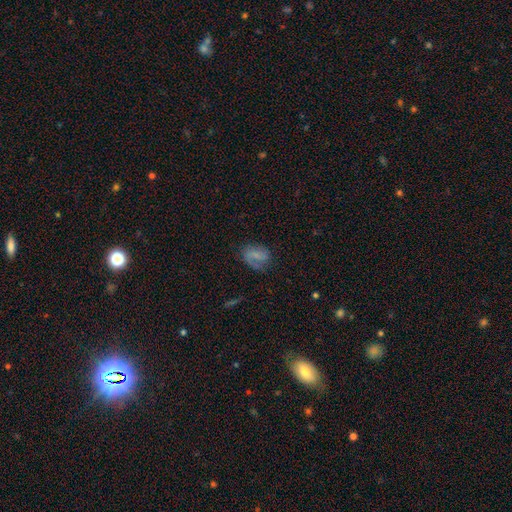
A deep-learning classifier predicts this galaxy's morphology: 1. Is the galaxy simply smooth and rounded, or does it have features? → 49% featured or disk, 41% smooth, 10% star or artifact.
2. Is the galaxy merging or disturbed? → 66% none, 21% minor disturbance, 11% major disturbance, 2% merger.